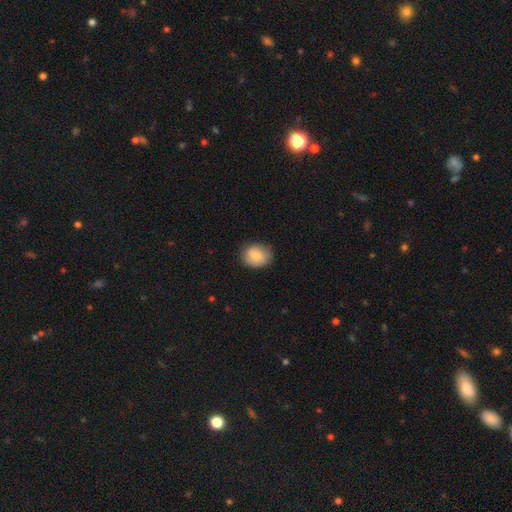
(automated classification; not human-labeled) Smooth or featured? smooth (80%)
How rounded? round (58%)
Merging? none (79%)